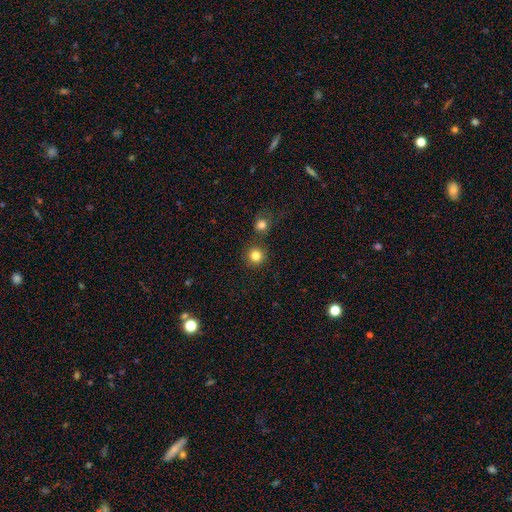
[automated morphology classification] Overall: smooth (82%). How rounded: round (94%). Merging: none (81%).